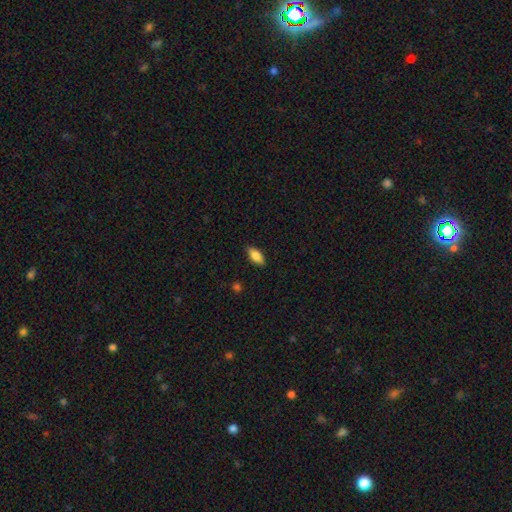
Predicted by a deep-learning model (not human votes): Overall: smooth (82%). How rounded: in between (85%). Merging: none (86%).